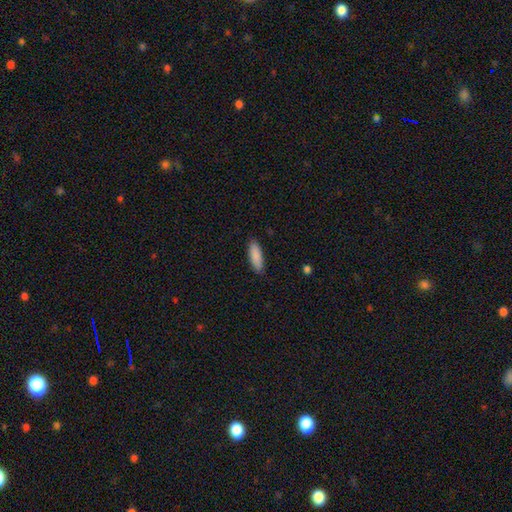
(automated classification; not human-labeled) The model was most divided on "how rounded": in between: 55%, cigar-shaped: 44%, round: 2%. More confident: smooth or featured — smooth (88%); merging — none (86%).